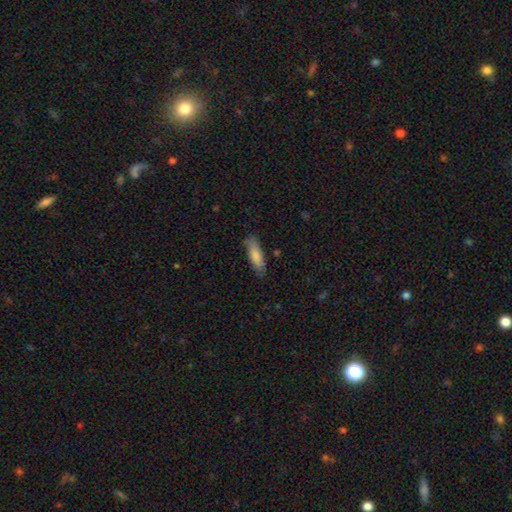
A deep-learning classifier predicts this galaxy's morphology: smooth_or_featured: smooth (p=0.79) [alt: featured or disk p=0.15]
how_rounded: cigar-shaped (p=0.55) [alt: in between p=0.43]
merging: none (p=0.80) [alt: minor disturbance p=0.16]